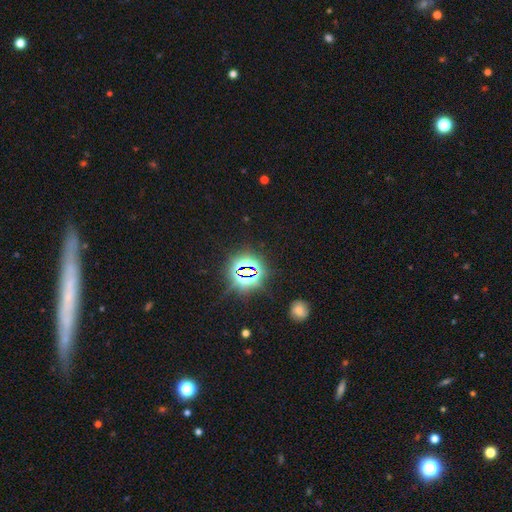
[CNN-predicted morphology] smooth-or-featured: star or artifact: 80% | smooth: 12% | featured or disk: 7%